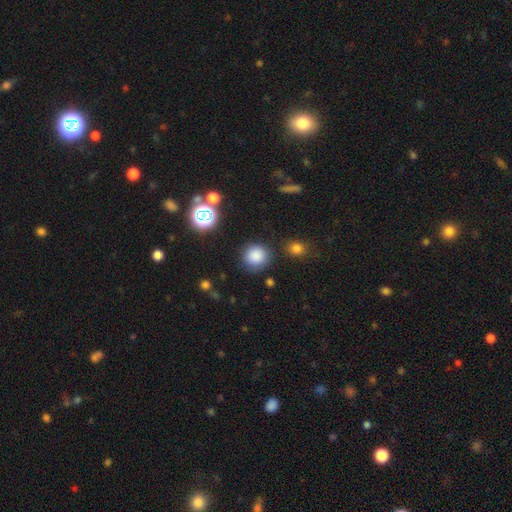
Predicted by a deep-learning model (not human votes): This is clearly a smooth galaxy (84%). How rounded: clearly round (91%). Merging: clearly none (83%).